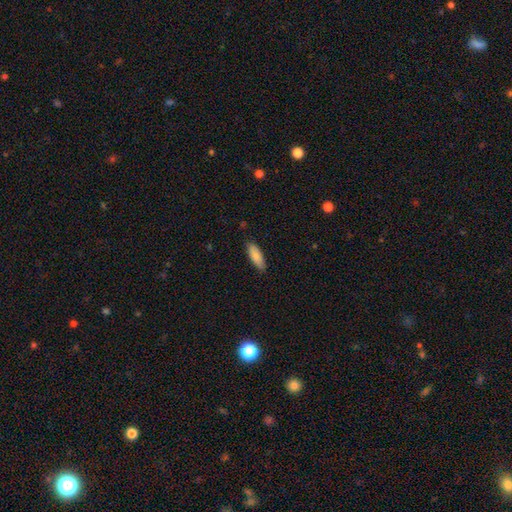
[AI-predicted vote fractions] Smooth or featured? smooth (82%)
How rounded? in between (61%)
Merging? none (86%)